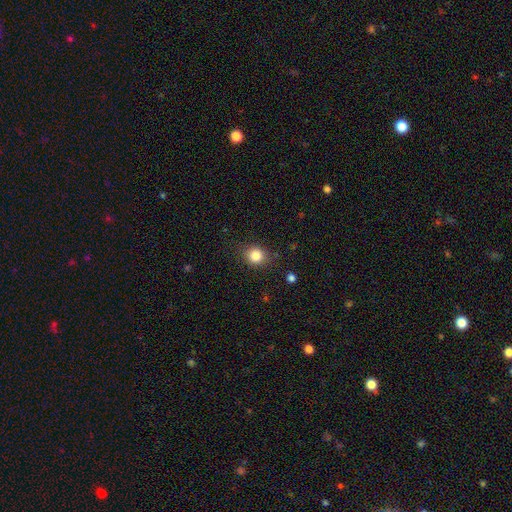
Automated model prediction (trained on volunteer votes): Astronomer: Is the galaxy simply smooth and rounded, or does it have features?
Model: smooth — 84%.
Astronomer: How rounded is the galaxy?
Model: round — 78%.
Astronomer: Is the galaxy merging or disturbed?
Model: none — 83%.